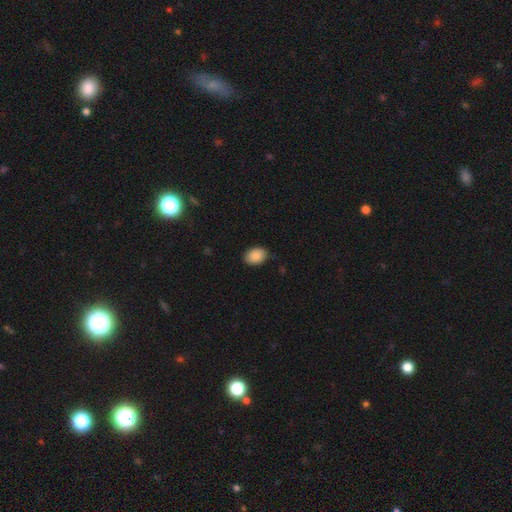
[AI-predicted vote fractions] smooth-or-featured: smooth: 89% | star or artifact: 7% | featured or disk: 4%
  how-rounded: in between: 80% | round: 19% | cigar-shaped: 1%
  merging: none: 84% | minor disturbance: 13% | major disturbance: 2% | merger: 1%